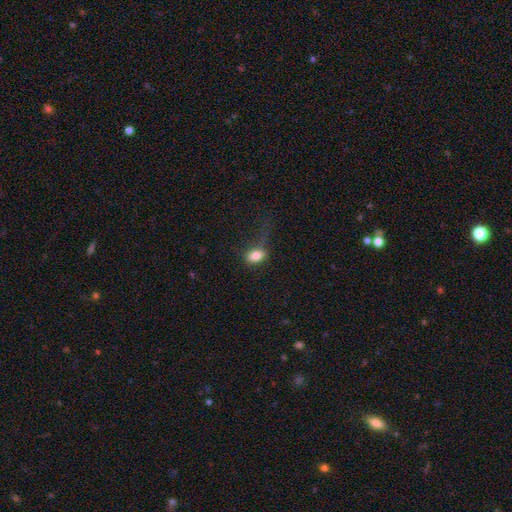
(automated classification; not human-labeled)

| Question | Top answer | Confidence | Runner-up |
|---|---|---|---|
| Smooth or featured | smooth | 81% | star or artifact (10%) |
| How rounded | in between | 83% | round (14%) |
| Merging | none | 46% | minor disturbance (26%) |